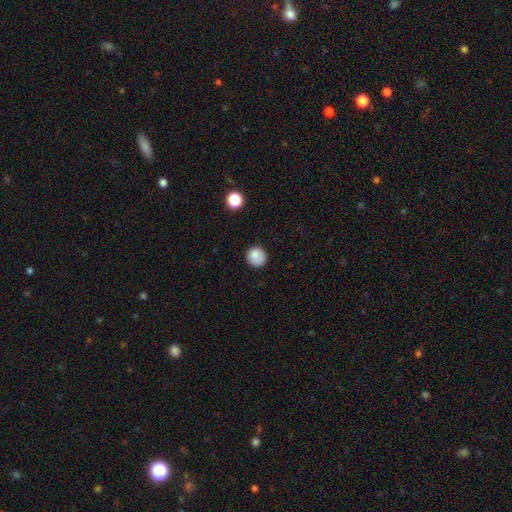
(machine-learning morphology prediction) smooth_or_featured: smooth (p=0.84) [alt: star or artifact p=0.10]
how_rounded: round (p=0.90) [alt: in between p=0.09]
merging: none (p=0.84) [alt: minor disturbance p=0.12]